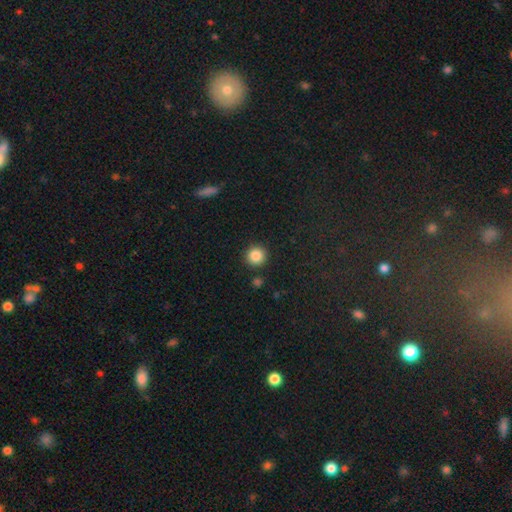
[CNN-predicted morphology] smooth-or-featured: smooth: 86% | star or artifact: 10% | featured or disk: 4%
  how-rounded: round: 95% | in between: 4% | cigar-shaped: 1%
  merging: none: 90% | minor disturbance: 5% | merger: 2% | major disturbance: 2%